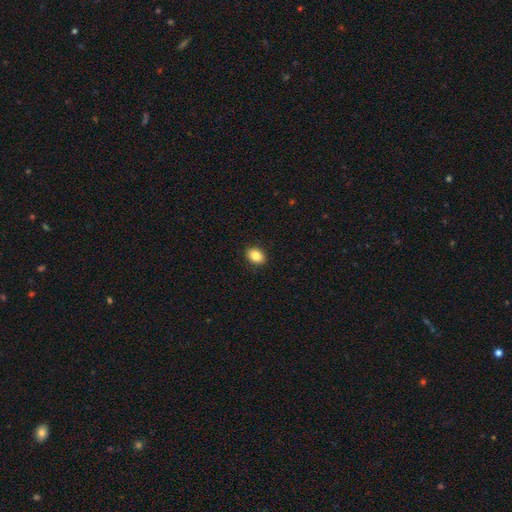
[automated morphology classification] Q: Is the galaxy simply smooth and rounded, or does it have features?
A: smooth — 85%.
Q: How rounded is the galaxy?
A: in between — 72%.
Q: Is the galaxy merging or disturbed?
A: none — 90%.